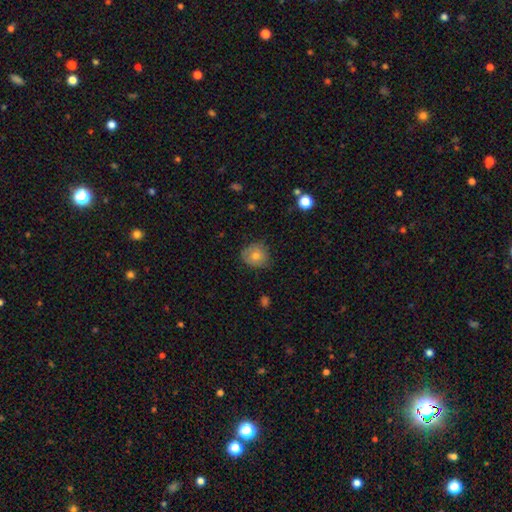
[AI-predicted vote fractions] smooth-or-featured: smooth: 69% | featured or disk: 22% | star or artifact: 10%
  how-rounded: round: 78% | in between: 21% | cigar-shaped: 1%
  merging: none: 72% | minor disturbance: 22% | major disturbance: 5% | merger: 1%